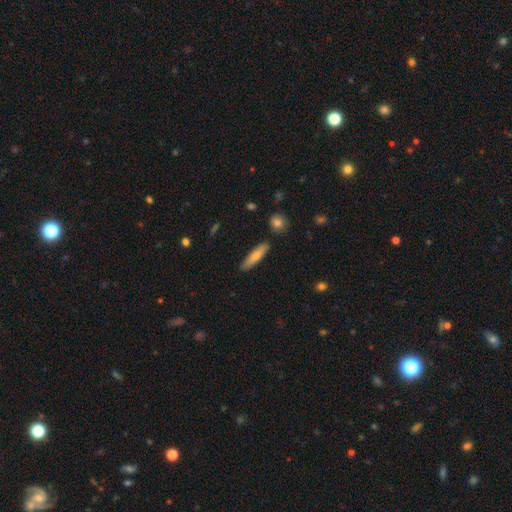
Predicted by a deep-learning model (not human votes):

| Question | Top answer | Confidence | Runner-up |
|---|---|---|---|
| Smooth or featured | smooth | 73% | featured or disk (21%) |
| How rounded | cigar-shaped | 79% | in between (19%) |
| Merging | none | 87% | minor disturbance (10%) |